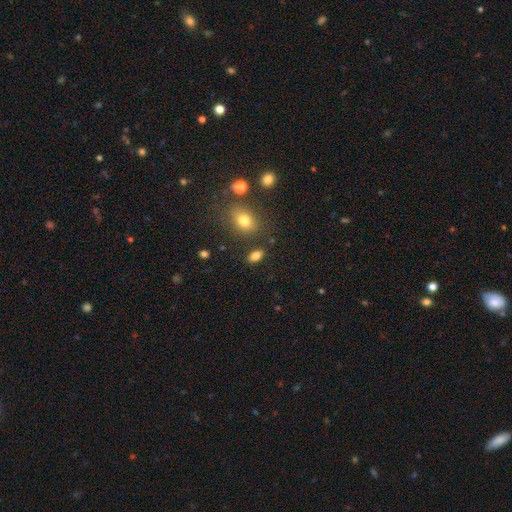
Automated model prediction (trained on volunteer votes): Smooth or featured? Predicted: smooth (p=0.83). How rounded? Predicted: in between (p=0.87). Merging? Predicted: none (p=0.83).